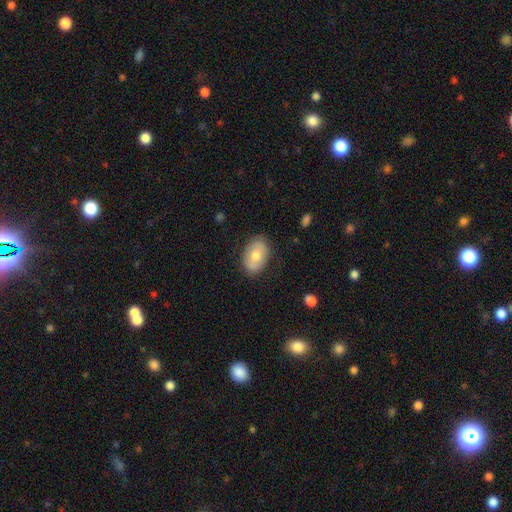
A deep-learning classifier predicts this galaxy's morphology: smooth_or_featured: smooth (p=0.66) [alt: featured or disk p=0.27]
how_rounded: in between (p=0.88) [alt: round p=0.11]
merging: none (p=0.81) [alt: minor disturbance p=0.14]